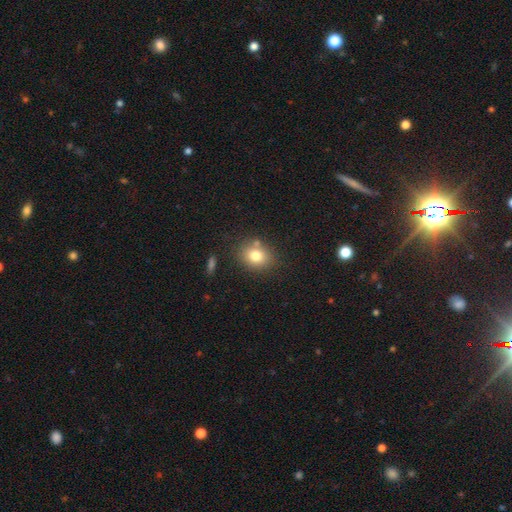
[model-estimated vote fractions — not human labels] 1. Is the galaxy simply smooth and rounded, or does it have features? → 77% smooth, 12% featured or disk, 11% star or artifact.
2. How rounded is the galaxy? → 55% round, 44% in between, 1% cigar-shaped.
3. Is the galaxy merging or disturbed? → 74% none, 13% minor disturbance, 10% merger, 4% major disturbance.